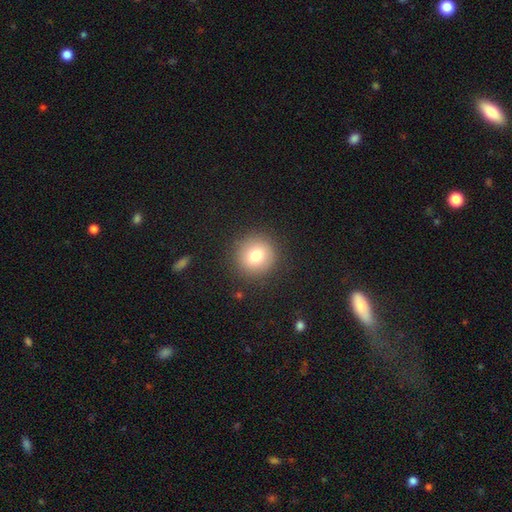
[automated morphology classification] smooth_or_featured: smooth (p=0.77) [alt: featured or disk p=0.12]
how_rounded: round (p=0.93) [alt: in between p=0.06]
merging: none (p=0.89) [alt: minor disturbance p=0.07]